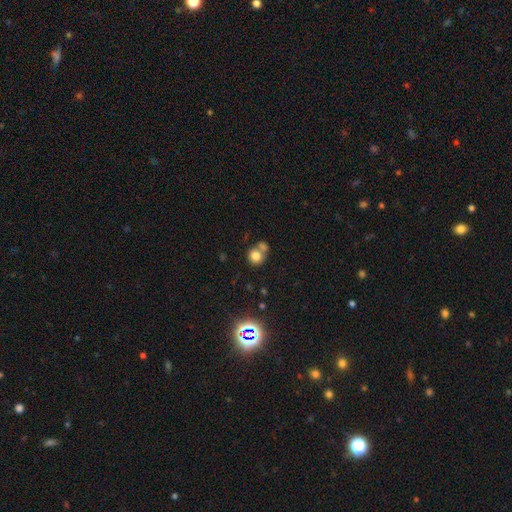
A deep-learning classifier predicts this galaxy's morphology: A smooth galaxy with no disk features (76%) that is round (81%).

Vote fractions:
- Smooth or featured? smooth: 76% / star or artifact: 13% / featured or disk: 11%
- How rounded? round: 81% / in between: 18% / cigar-shaped: 1%
- Merging? none: 45% / merger: 41% / minor disturbance: 10% / major disturbance: 4%